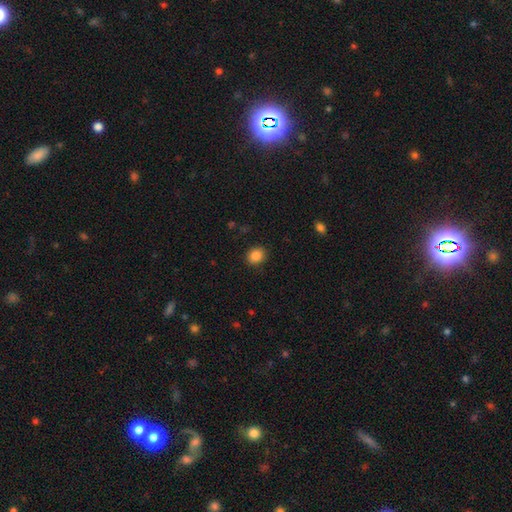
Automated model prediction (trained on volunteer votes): Smooth or featured: smooth — 87% (star or artifact — 10%)
How rounded: round — 72% (in between — 27%)
Merging: none — 89% (minor disturbance — 8%)